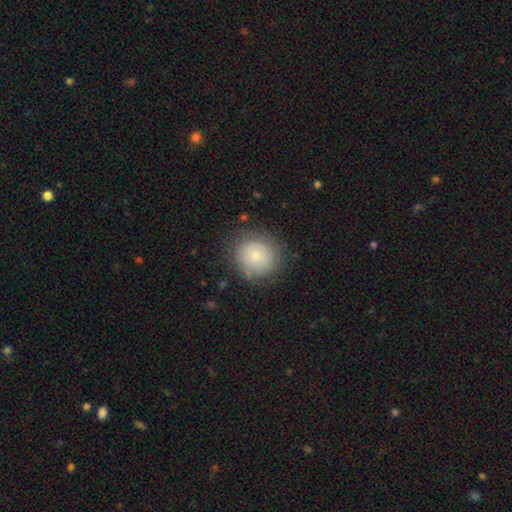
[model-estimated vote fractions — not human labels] smooth_or_featured: smooth (p=0.74) [alt: featured or disk p=0.17]
how_rounded: round (p=0.91) [alt: in between p=0.08]
merging: none (p=0.80) [alt: minor disturbance p=0.13]